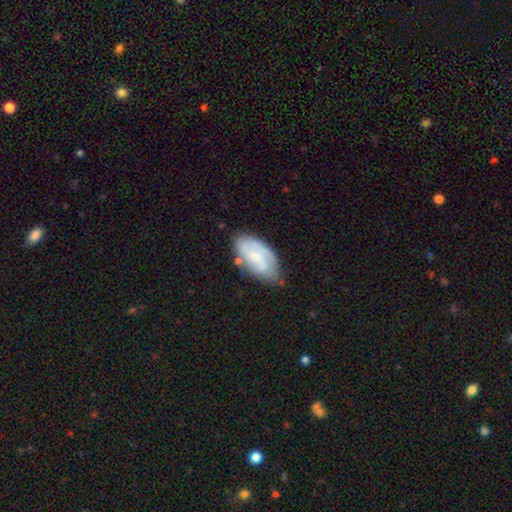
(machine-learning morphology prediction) Overall: featured or disk (57%; smooth 37%). Edge-on disk: no (95%). Bar: no (50%; weak 41%). Spiral arms: yes (81%). Bulge size: small (48%; moderate 27%). Merging: none (63%; minor disturbance 26%).